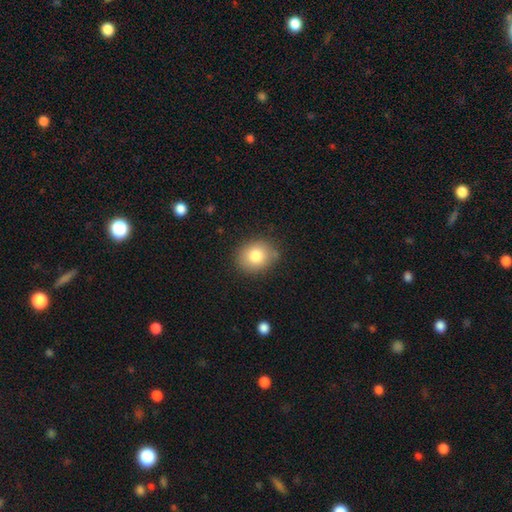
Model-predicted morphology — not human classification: Smooth or featured?
  - smooth: 80% *
  - featured or disk: 10%
  - star or artifact: 9%
How rounded?
  - round: 61% *
  - in between: 38%
  - cigar-shaped: 1%
Merging?
  - none: 83% *
  - minor disturbance: 12%
  - major disturbance: 3%
  - merger: 2%